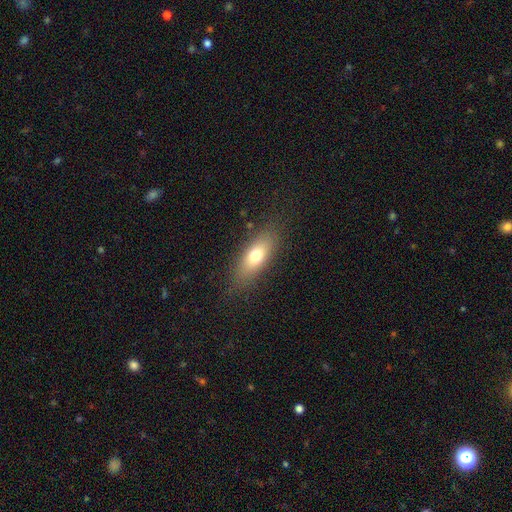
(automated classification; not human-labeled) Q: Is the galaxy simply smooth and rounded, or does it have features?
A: smooth — 71%.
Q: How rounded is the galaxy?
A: in between — 72%.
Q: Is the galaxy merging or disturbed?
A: none — 82%.